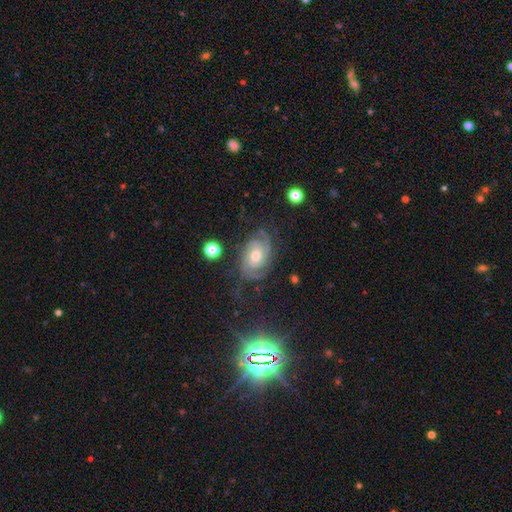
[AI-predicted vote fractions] smooth-or-featured: featured or disk: 83% | star or artifact: 9% | smooth: 8%
  disk-edge-on: no: 97% | yes: 3%
    bar: no: 72% | weak: 23% | strong: 6%
    has-spiral-arms: yes: 97% | no: 3%
      spiral-winding: tight: 69% | medium: 26% | loose: 5%
      spiral-arm-count: 2: 35% | 3: 26% | can't tell: 21% | 4: 7% | 1: 5% | more than 4: 5%
    bulge-size: moderate: 70% | small: 24% | large: 4% | none: 1% | dominant: 1%
  merging: none: 74% | minor disturbance: 17% | major disturbance: 7% | merger: 2%